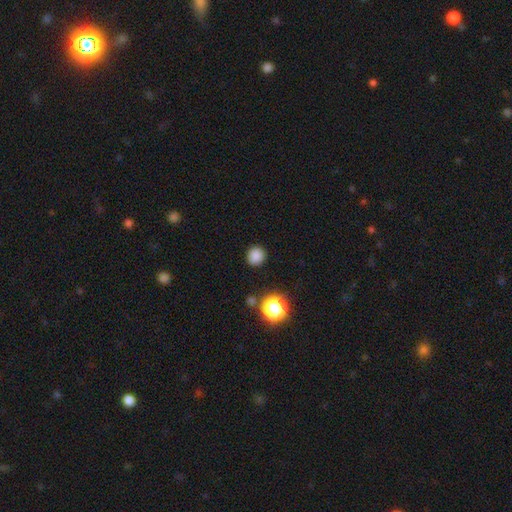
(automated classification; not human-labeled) This is clearly a smooth galaxy (83%). How rounded: clearly round (91%). Merging: clearly none (89%).